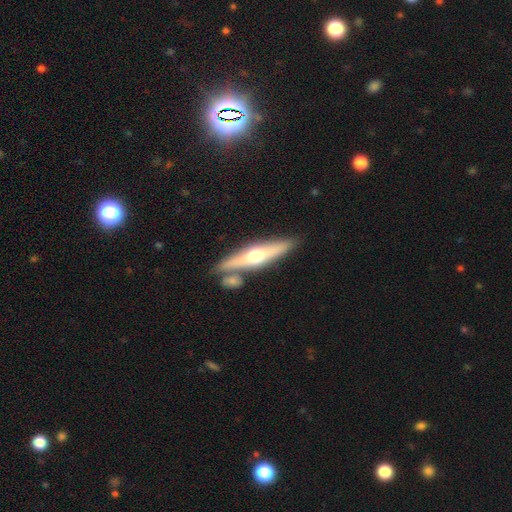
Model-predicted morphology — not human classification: Smooth or featured: featured or disk — 57% (smooth — 38%)
Edge-on disk: yes — 90% (no — 10%)
Edge-on bulge: rounded — 92% (none — 4%)
Merging: none — 73% (merger — 14%)